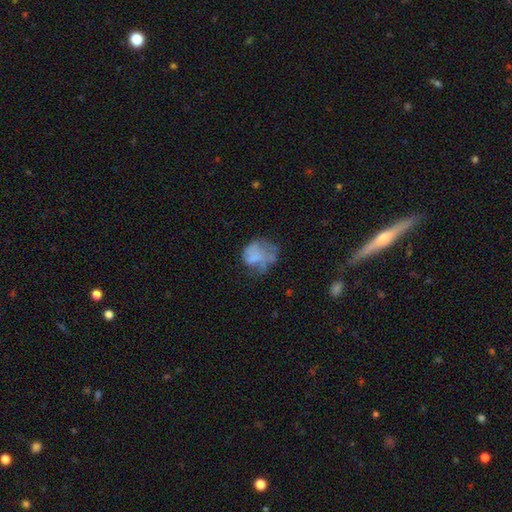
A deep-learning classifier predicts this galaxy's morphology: A smooth galaxy with no disk features (54%) that is round (56%). Merging: none (35%).